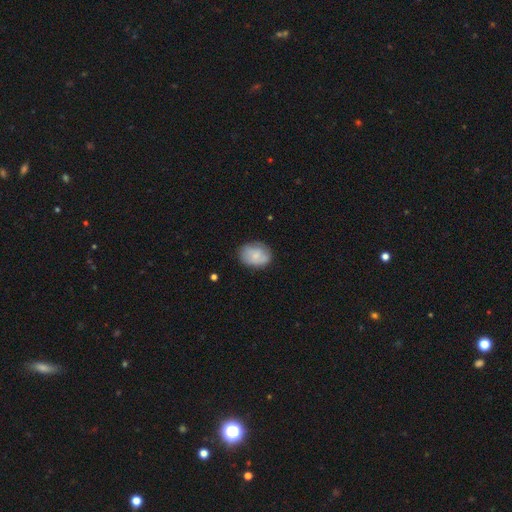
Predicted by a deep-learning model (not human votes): Smooth or featured? Predicted: smooth (p=0.71). How rounded? Predicted: in between (p=0.68). Merging? Predicted: none (p=0.74).